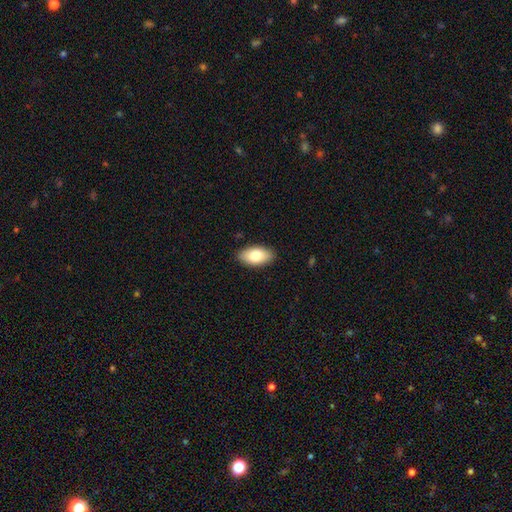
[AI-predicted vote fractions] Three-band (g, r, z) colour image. It shows a smooth galaxy with no disk features (80%) that is in between round and cigar-shaped (94%). Merging: none (88%).